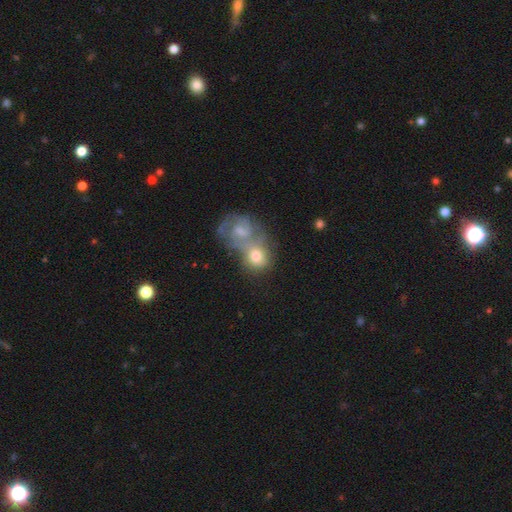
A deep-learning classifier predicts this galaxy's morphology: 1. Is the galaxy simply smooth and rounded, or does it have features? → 62% smooth, 29% featured or disk, 10% star or artifact.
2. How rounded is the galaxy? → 65% round, 34% in between, 1% cigar-shaped.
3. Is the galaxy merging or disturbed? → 61% merger, 24% none, 9% minor disturbance, 6% major disturbance.